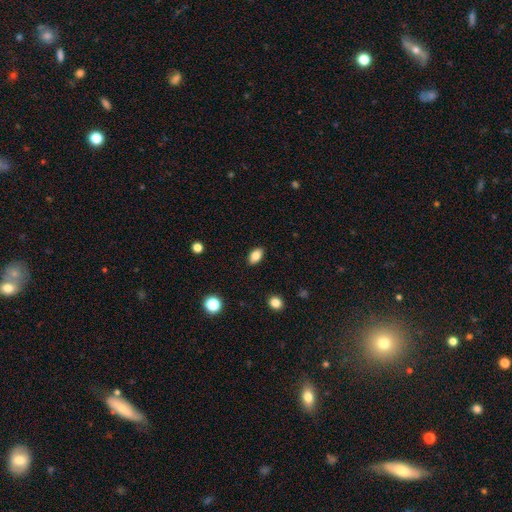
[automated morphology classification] Overall: smooth (84%). How rounded: in between (88%). Merging: none (89%).